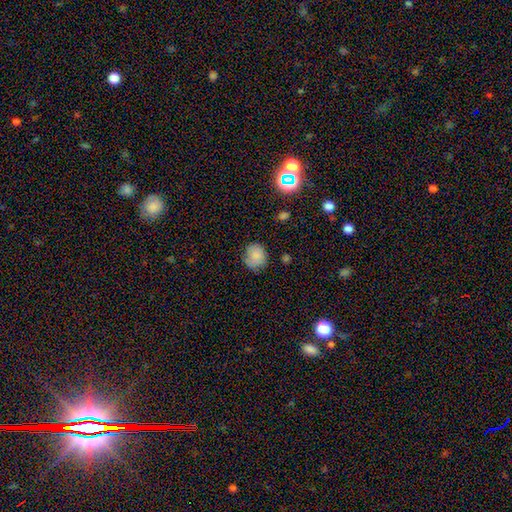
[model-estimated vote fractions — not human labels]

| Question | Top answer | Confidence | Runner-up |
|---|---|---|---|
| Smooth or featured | smooth | 82% | star or artifact (10%) |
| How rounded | round | 76% | in between (23%) |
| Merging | none | 74% | minor disturbance (20%) |